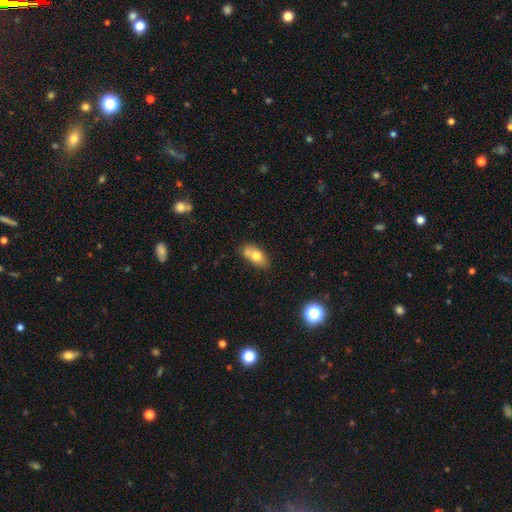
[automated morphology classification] smooth_or_featured: smooth (p=0.72) [alt: featured or disk p=0.20]
how_rounded: in between (p=0.85) [alt: round p=0.08]
merging: none (p=0.55) [alt: merger p=0.21]